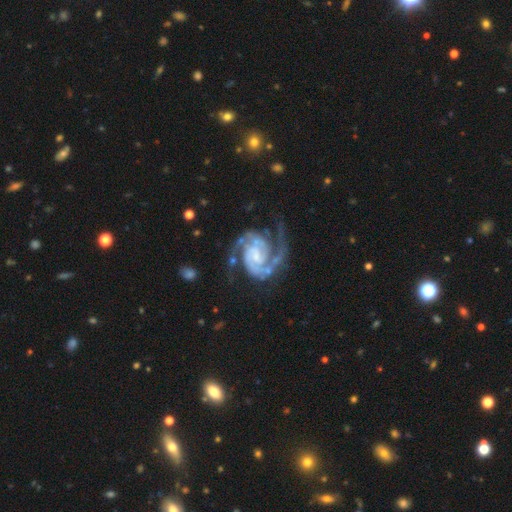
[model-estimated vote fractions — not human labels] This appears to be a featured or disk galaxy (94%) with a weak bar (43%), 2 (88%) medium (49%) spiral arms (99%) and a small central bulge (47%). Merging: none (65%).